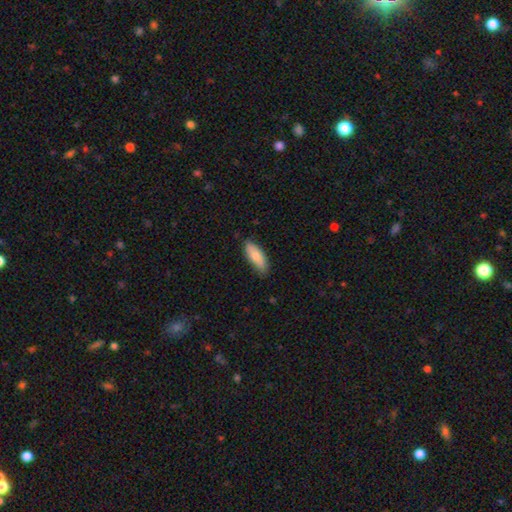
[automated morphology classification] Smooth or featured?
  - smooth: 80% *
  - featured or disk: 15%
  - star or artifact: 6%
How rounded?
  - in between: 67% *
  - cigar-shaped: 31%
  - round: 2%
Merging?
  - none: 80% *
  - minor disturbance: 16%
  - major disturbance: 2%
  - merger: 1%